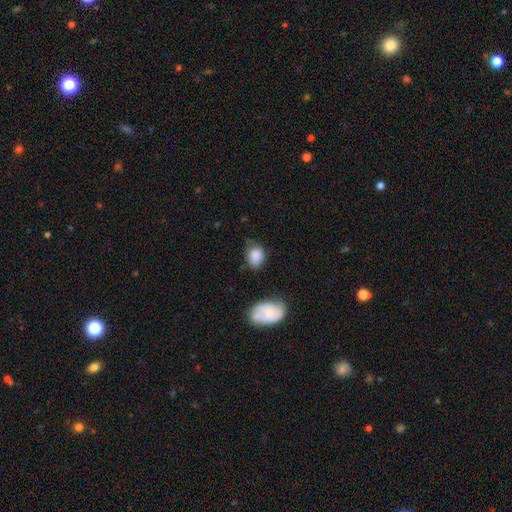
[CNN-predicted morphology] Q: Smooth or featured?
A: smooth (85%); runner-up: star or artifact (8%)
Q: How rounded?
A: in between (58%); runner-up: round (41%)
Q: Merging?
A: none (61%); runner-up: minor disturbance (27%)